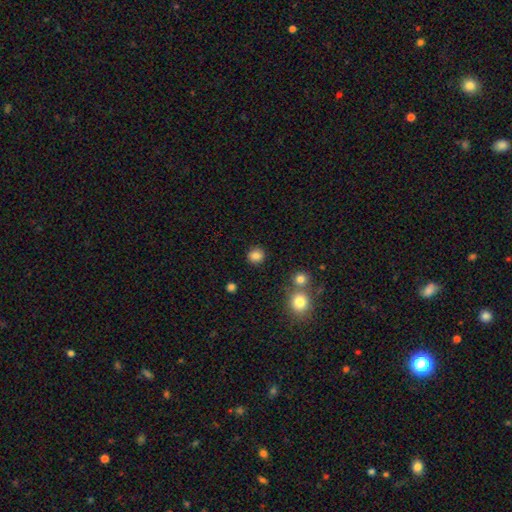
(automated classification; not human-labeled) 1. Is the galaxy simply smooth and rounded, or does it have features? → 83% smooth, 11% star or artifact, 6% featured or disk.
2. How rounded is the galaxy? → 88% round, 11% in between, 1% cigar-shaped.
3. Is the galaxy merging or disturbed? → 88% none, 6% minor disturbance, 3% merger, 2% major disturbance.